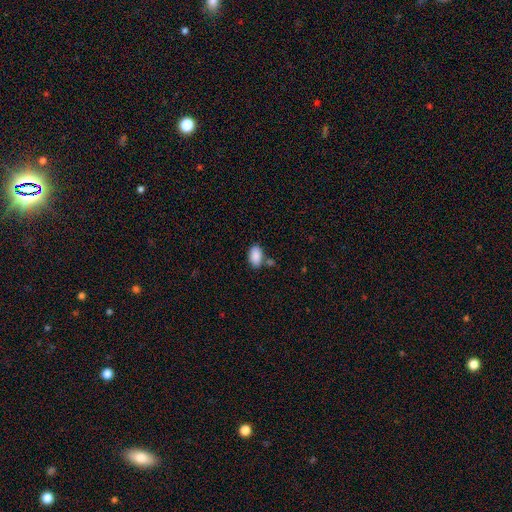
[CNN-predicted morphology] Smooth or featured? smooth (89%)
How rounded? in between (92%)
Merging? none (70%)